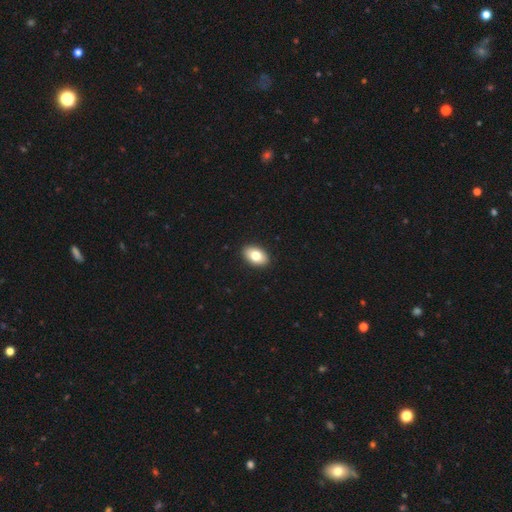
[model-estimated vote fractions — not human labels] This is likely a smooth galaxy (79%). How rounded: clearly in between (90%). Merging: clearly none (91%).